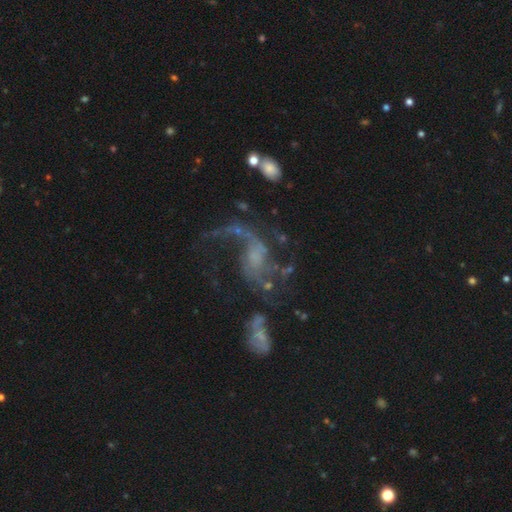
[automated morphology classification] A featured or disk galaxy (79%) with no bar (54%), 2 (57%) loose (77%) spiral arms (84%) and no central bulge (39%).

Vote fractions:
- Smooth or featured? featured or disk: 79% / star or artifact: 12% / smooth: 9%
- Edge-on disk? no: 97% / yes: 3%
- Bar? no: 54% / weak: 36% / strong: 10%
- Spiral arms? yes: 84% / no: 16%
- Spiral winding? loose: 77% / medium: 19% / tight: 4%
- Spiral arm count? 2: 57% / 1: 23% / can't tell: 9% / 3: 5% / 4: 3% / more than 4: 3%
- Bulge size? none: 39% / small: 36% / moderate: 19% / large: 4% / dominant: 2%
- Merging? none: 36% (tied) / major disturbance: 36% (tied) / minor disturbance: 15% / merger: 13%